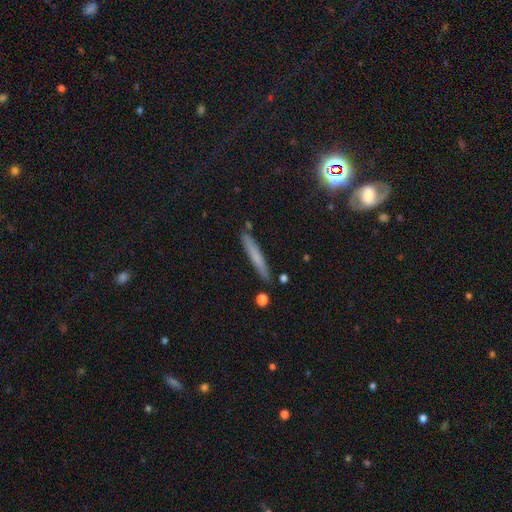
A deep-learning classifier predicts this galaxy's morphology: smooth-or-featured: smooth: 65% | featured or disk: 25% | star or artifact: 9%
  how-rounded: cigar-shaped: 94% | in between: 4% | round: 2%
  merging: none: 86% | minor disturbance: 10% | merger: 3% | major disturbance: 2%